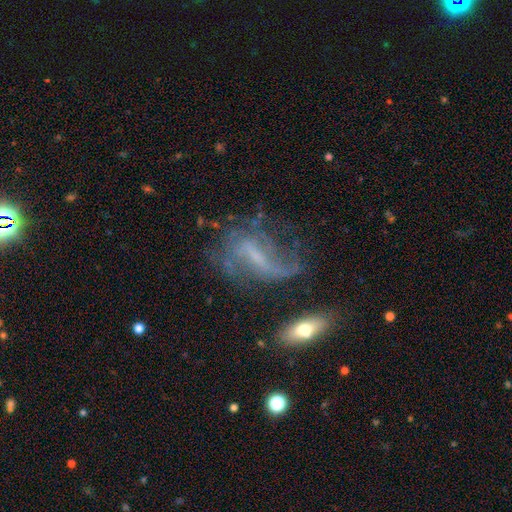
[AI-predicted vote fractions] This appears to be a featured or disk galaxy (71%) with a weak bar (41%), spiral arms (71%) and no central bulge (40%). Merging: none (40%).